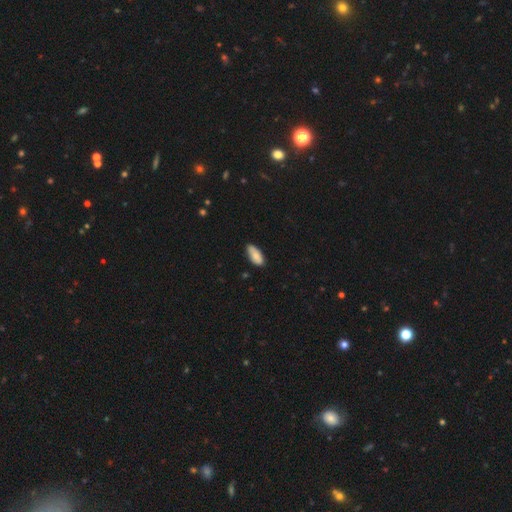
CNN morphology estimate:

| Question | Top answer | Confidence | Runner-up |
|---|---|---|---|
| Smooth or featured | smooth | 83% | featured or disk (11%) |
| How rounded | in between | 86% | cigar-shaped (12%) |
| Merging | none | 79% | minor disturbance (17%) |